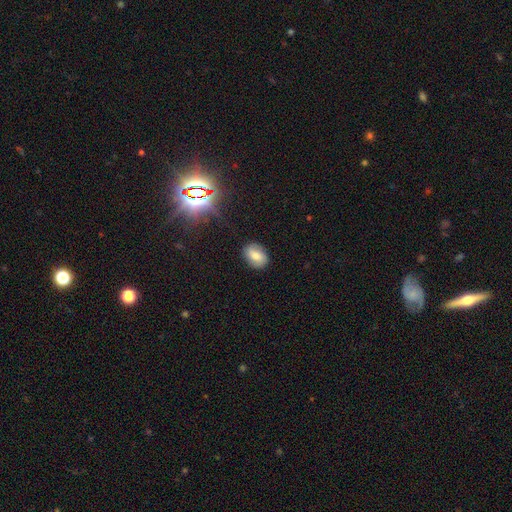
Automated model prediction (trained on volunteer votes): The model was most divided on "how rounded": in between: 74%, round: 24%, cigar-shaped: 2%. More confident: merging — none (84%); smooth or featured — smooth (70%).